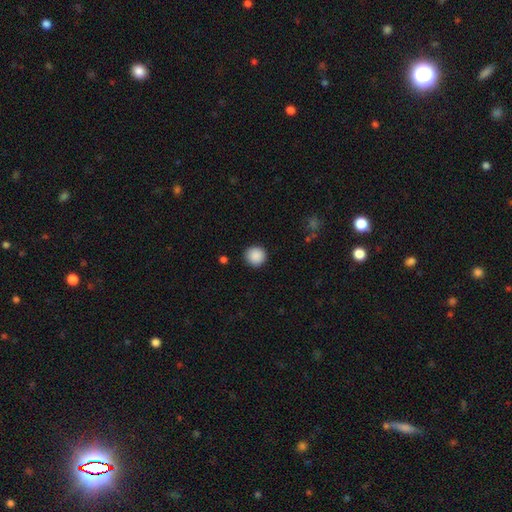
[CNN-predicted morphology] A smooth galaxy with no disk features (89%) that is round (94%). Merging: none (91%).